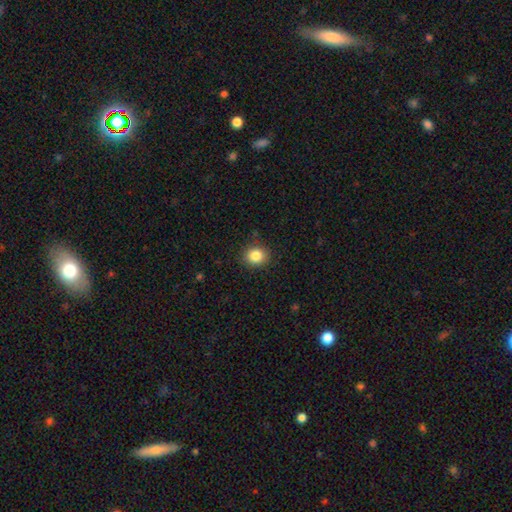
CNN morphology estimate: type=smooth (85%); roundness=round (77%); merging=none (88%).